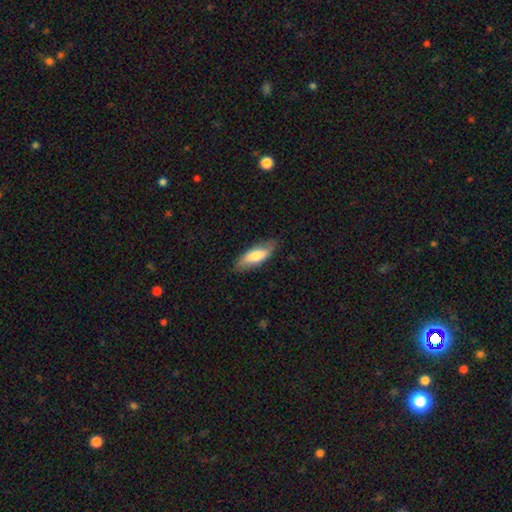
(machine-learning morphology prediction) smooth 71%, featured or disk 23%, star or artifact 6%. Down the decision tree: how rounded — in between (69%); merging — none (77%).